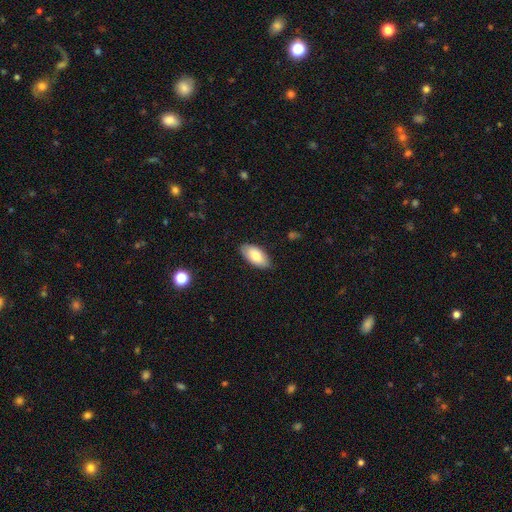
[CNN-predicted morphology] The model was most divided on "smooth or featured": smooth: 78%, featured or disk: 16%, star or artifact: 6%. More confident: how rounded — in between (94%); merging — none (86%).